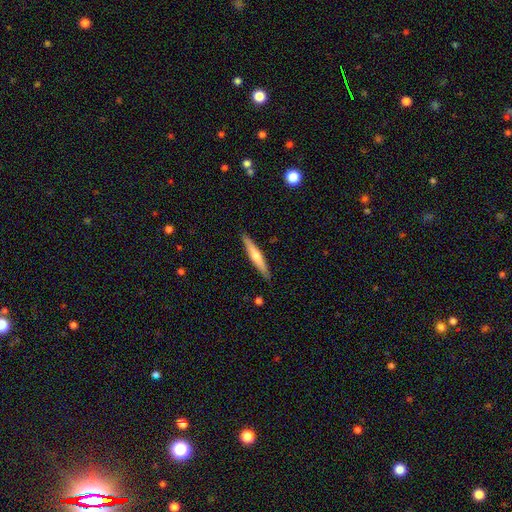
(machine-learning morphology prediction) This is possibly a featured or disk galaxy (52%). It is clearly viewed edge-on (96%). Merging: clearly none (90%).